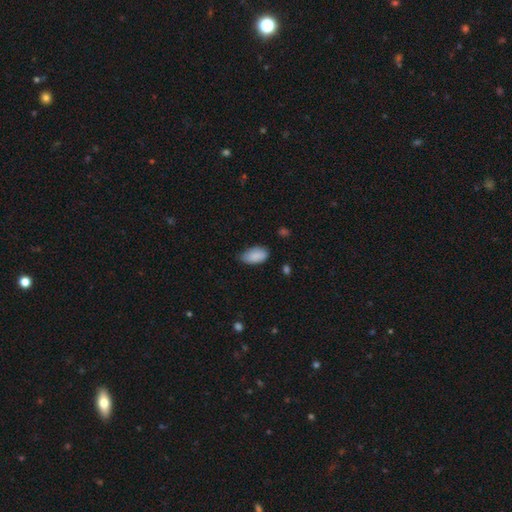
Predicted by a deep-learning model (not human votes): A smooth galaxy with no disk features (87%) that is in between round and cigar-shaped (94%). Merging: none (60%).